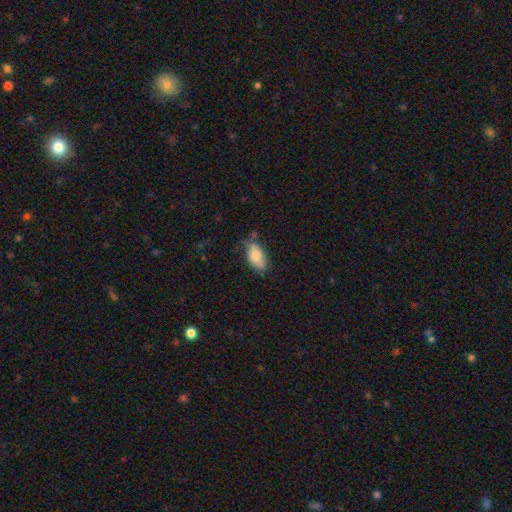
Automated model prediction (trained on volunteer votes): smooth_or_featured: smooth (p=0.78) [alt: featured or disk p=0.15]
how_rounded: in between (p=0.92) [alt: cigar-shaped p=0.05]
merging: none (p=0.58) [alt: minor disturbance p=0.30]